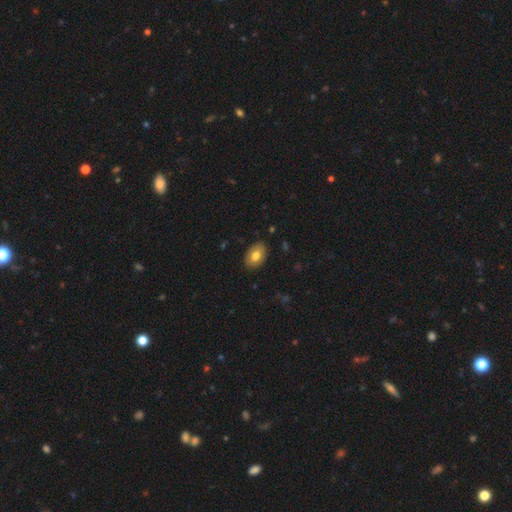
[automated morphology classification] Q: Smooth or featured?
A: smooth (77%); runner-up: featured or disk (16%)
Q: How rounded?
A: in between (88%); runner-up: round (11%)
Q: Merging?
A: none (87%); runner-up: minor disturbance (10%)